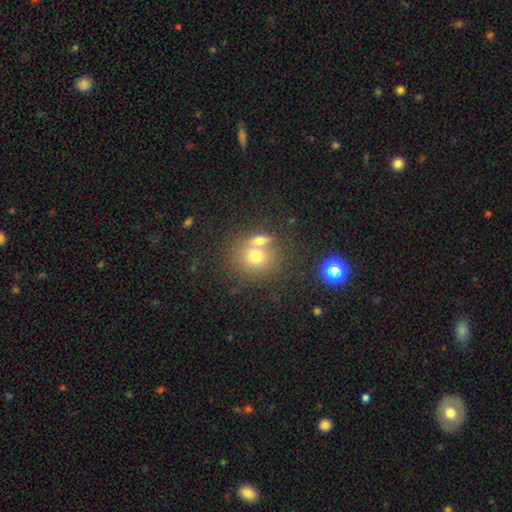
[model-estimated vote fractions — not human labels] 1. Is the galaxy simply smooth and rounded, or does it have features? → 69% smooth, 17% featured or disk, 13% star or artifact.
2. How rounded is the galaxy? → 76% round, 22% in between, 1% cigar-shaped.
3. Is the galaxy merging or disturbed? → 46% none, 40% merger, 9% minor disturbance, 4% major disturbance.